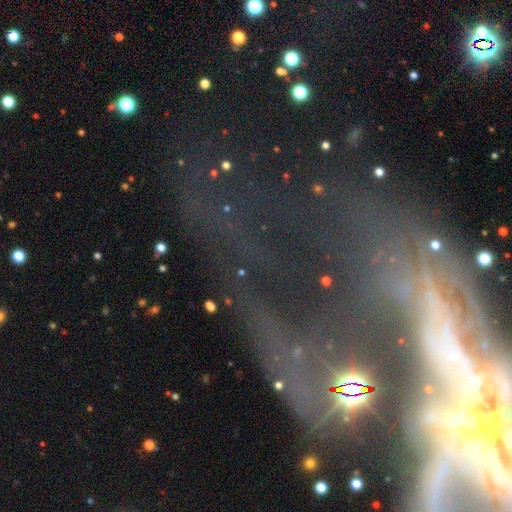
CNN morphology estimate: Q: Smooth or featured?
A: featured or disk (51%); runner-up: star or artifact (32%)
Q: Edge-on disk?
A: no (79%); runner-up: yes (21%)
Q: Merging?
A: none (37%); runner-up: major disturbance (34%)